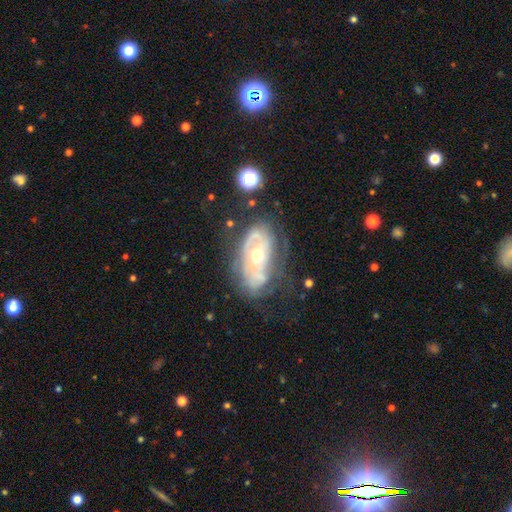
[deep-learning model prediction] Smooth or featured? featured or disk (75%)
Edge-on disk? no (92%)
Bar? no (74%)
Spiral arms? yes (61%)
Bulge size? moderate (68%)
Merging? none (59%)